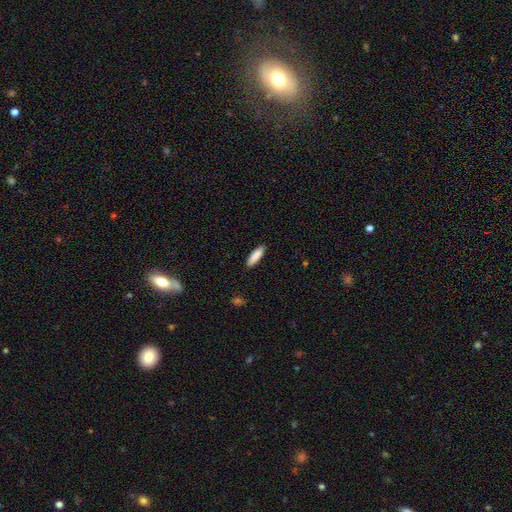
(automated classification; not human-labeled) This appears to be a smooth galaxy with no disk features (88%) that is cigar-shaped (59%). Merging: none (88%).